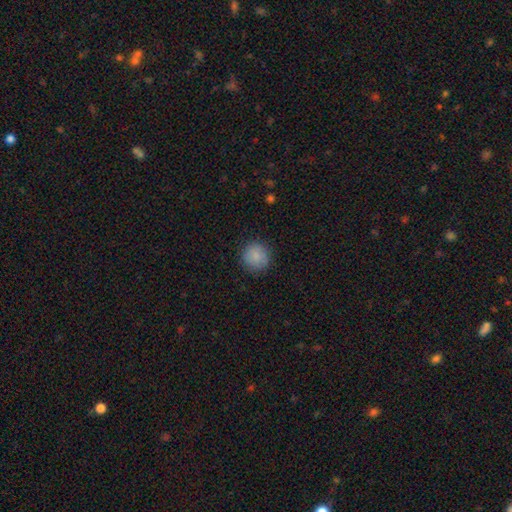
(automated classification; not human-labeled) Smooth or featured? Predicted: smooth (p=0.85). How rounded? Predicted: round (p=0.93). Merging? Predicted: none (p=0.88).